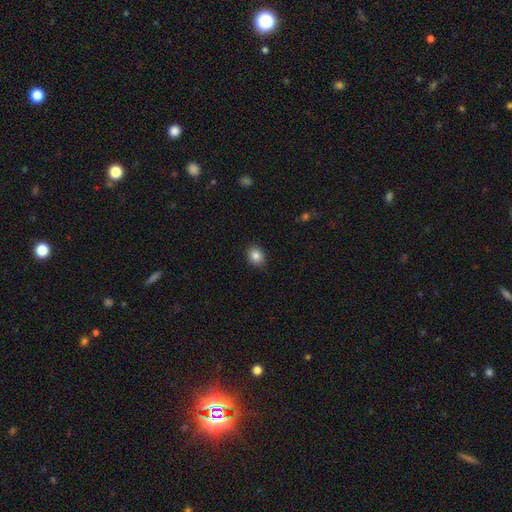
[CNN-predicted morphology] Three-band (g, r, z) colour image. It shows a smooth galaxy with no disk features (85%) that is round (58%). Merging: none (88%).